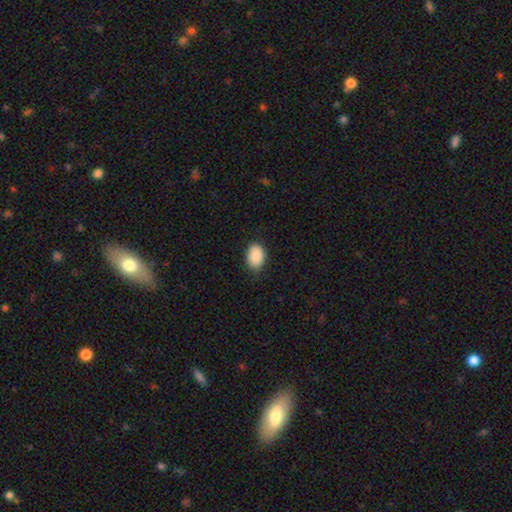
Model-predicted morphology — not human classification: Smooth or featured? smooth (89%)
How rounded? in between (82%)
Merging? none (84%)